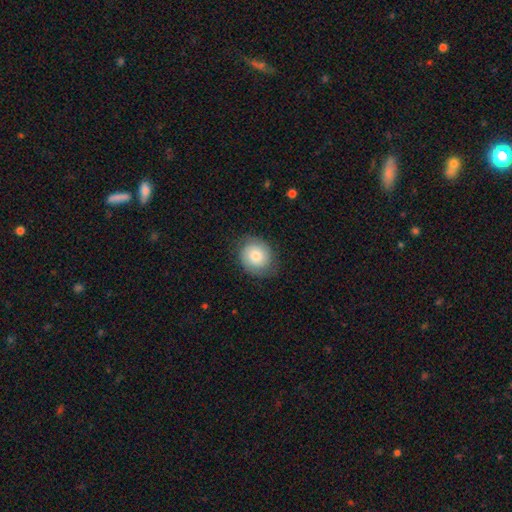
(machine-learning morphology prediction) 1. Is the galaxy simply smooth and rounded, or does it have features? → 68% smooth, 25% featured or disk, 8% star or artifact.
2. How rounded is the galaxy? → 75% round, 24% in between, 1% cigar-shaped.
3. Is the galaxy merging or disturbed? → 78% none, 16% minor disturbance, 5% major disturbance, 1% merger.